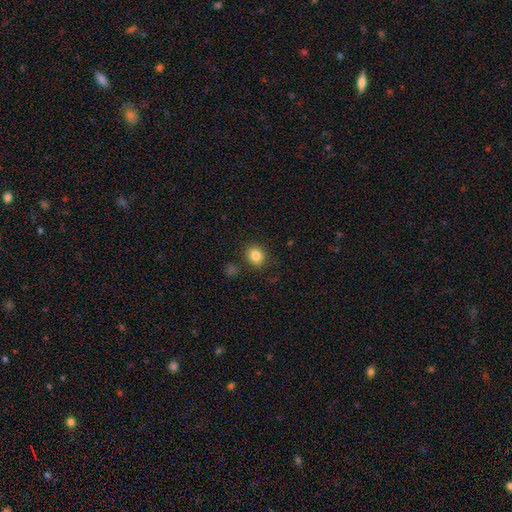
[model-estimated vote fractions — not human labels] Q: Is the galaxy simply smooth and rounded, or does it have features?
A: smooth — 84%.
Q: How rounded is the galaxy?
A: round — 68%.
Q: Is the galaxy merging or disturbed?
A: none — 83%.